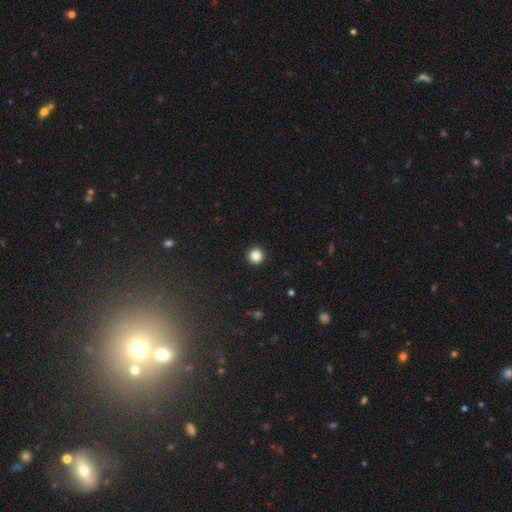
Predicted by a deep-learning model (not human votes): This appears to be a smooth galaxy with no disk features (85%) that is round (96%). Merging: none (94%).